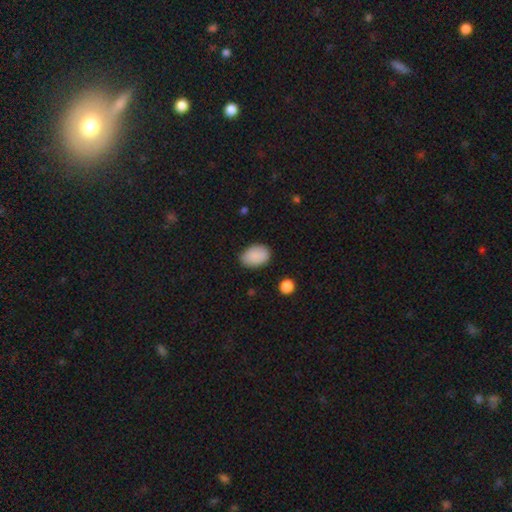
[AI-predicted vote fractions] A smooth galaxy with no disk features (89%) that is in between round and cigar-shaped (86%). Merging: none (81%).